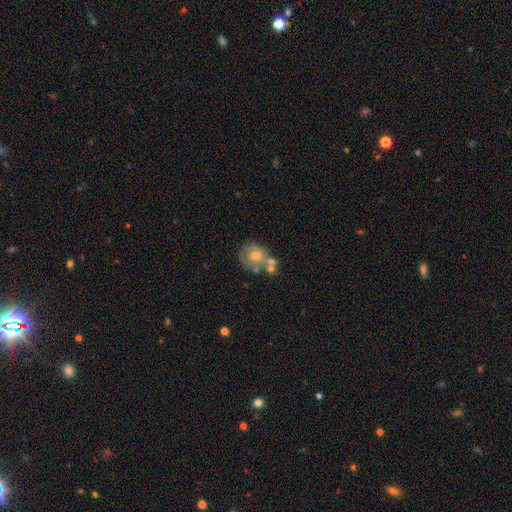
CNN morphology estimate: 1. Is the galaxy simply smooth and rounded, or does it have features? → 47% smooth, 44% featured or disk, 9% star or artifact.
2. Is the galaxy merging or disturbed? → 42% none, 25% merger, 21% minor disturbance, 13% major disturbance.